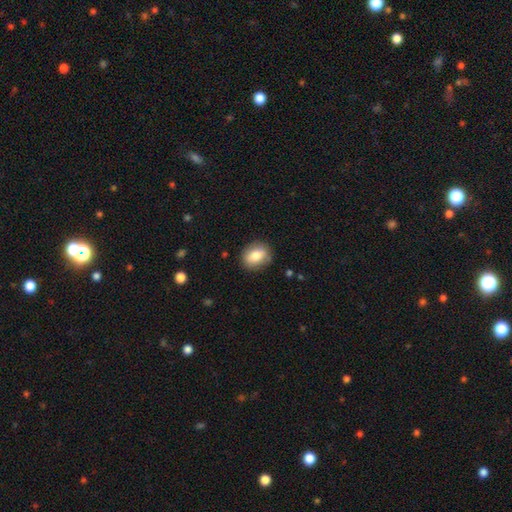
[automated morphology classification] Smooth or featured? Predicted: smooth (p=0.78). How rounded? Predicted: round (p=0.56). Merging? Predicted: none (p=0.85).